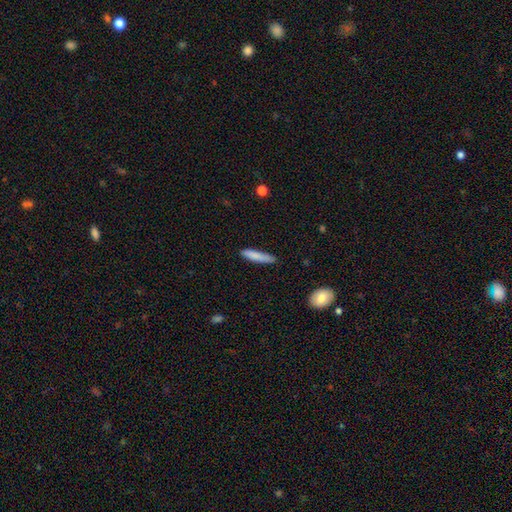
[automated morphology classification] A smooth galaxy with no disk features (83%) that is cigar-shaped (86%).

Vote fractions:
- Smooth or featured? smooth: 83% / featured or disk: 10% / star or artifact: 6%
- How rounded? cigar-shaped: 86% / in between: 13% / round: 1%
- Merging? none: 83% / minor disturbance: 14% / major disturbance: 2% / merger: 1%